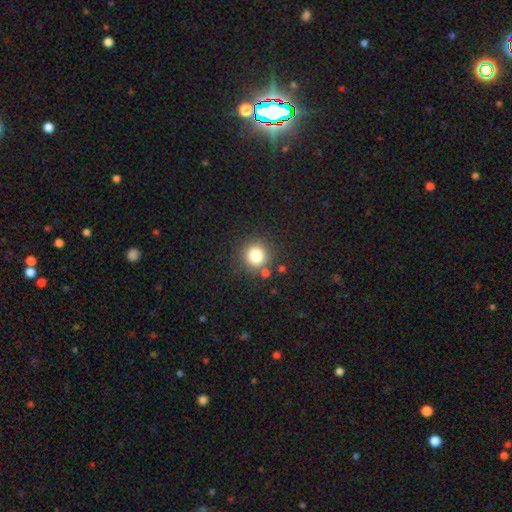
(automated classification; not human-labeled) The model was most divided on "smooth or featured": smooth: 80%, star or artifact: 13%, featured or disk: 7%. More confident: how rounded — round (92%); merging — none (82%).